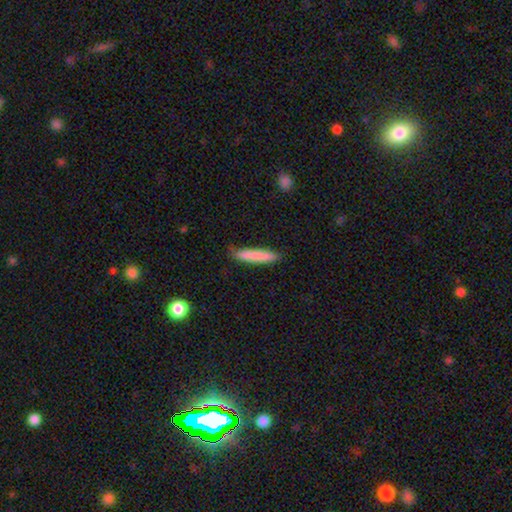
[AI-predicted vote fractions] Smooth or featured?
  - smooth: 82% *
  - featured or disk: 12%
  - star or artifact: 6%
How rounded?
  - cigar-shaped: 90% *
  - in between: 8%
  - round: 1%
Merging?
  - none: 82% *
  - minor disturbance: 14%
  - major disturbance: 2%
  - merger: 1%